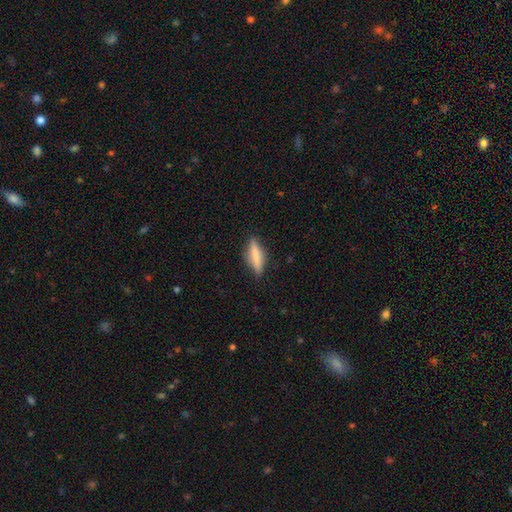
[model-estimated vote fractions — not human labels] Smooth or featured?
  - smooth: 67% *
  - featured or disk: 26%
  - star or artifact: 7%
How rounded?
  - cigar-shaped: 71% *
  - in between: 26%
  - round: 2%
Merging?
  - none: 82% *
  - minor disturbance: 13%
  - major disturbance: 3%
  - merger: 1%